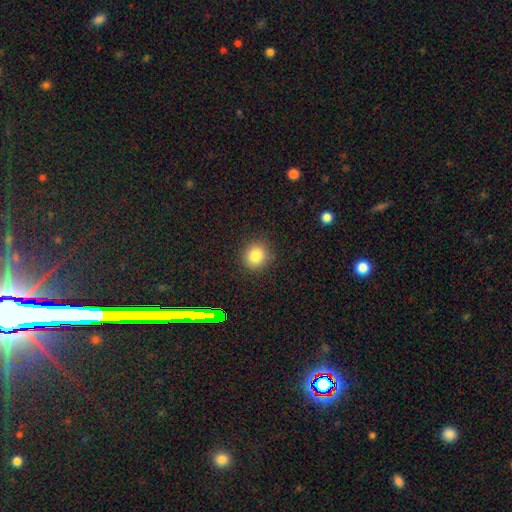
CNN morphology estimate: Q: Smooth or featured?
A: smooth (83%); runner-up: star or artifact (12%)
Q: How rounded?
A: round (86%); runner-up: in between (13%)
Q: Merging?
A: none (88%); runner-up: minor disturbance (8%)